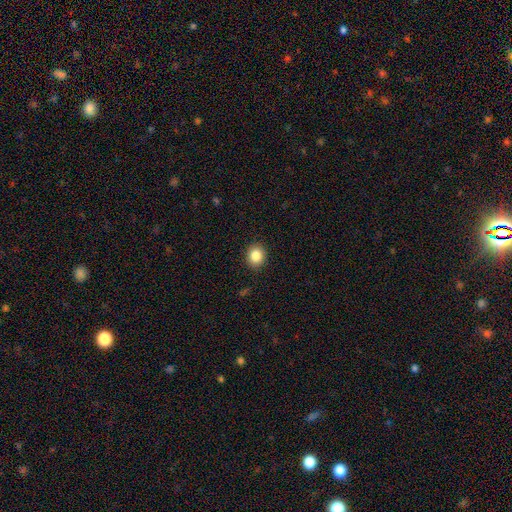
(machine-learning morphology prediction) The model was most divided on "how rounded": round: 70%, in between: 29%, cigar-shaped: 1%. More confident: merging — none (91%); smooth or featured — smooth (85%).